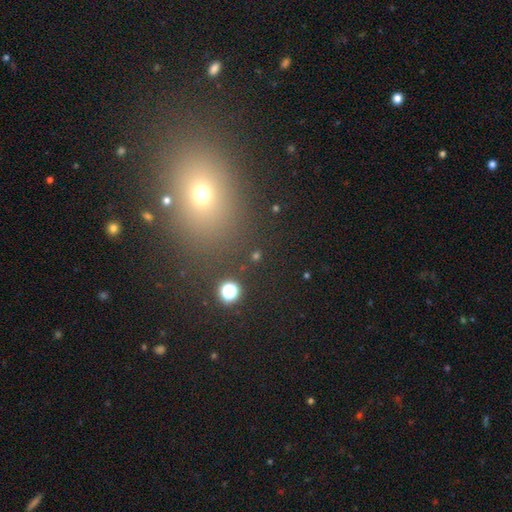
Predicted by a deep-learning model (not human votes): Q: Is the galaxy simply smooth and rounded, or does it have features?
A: smooth — 53%.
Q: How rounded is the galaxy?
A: round — 77%.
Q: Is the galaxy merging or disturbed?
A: none — 82%.